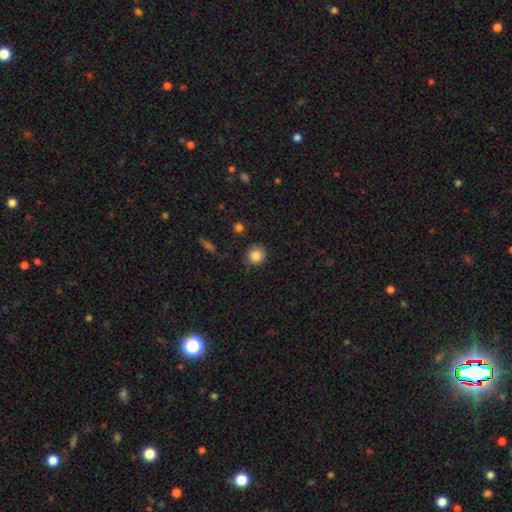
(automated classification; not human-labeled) The model was most divided on "merging": none: 84%, minor disturbance: 11%, major disturbance: 3%, merger: 2%. More confident: how rounded — round (89%); smooth or featured — smooth (86%).